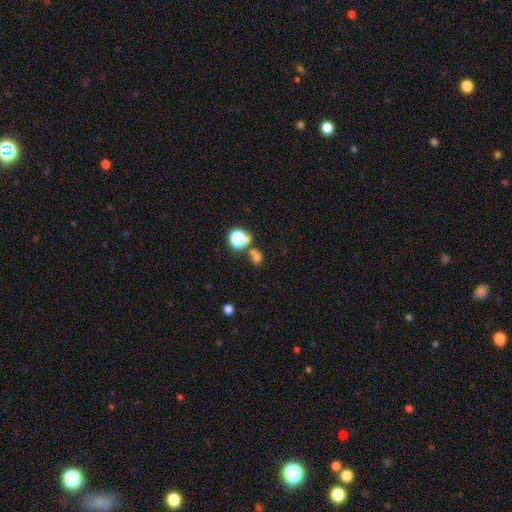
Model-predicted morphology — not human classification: Overall: smooth (61%; star or artifact 31%). How rounded: round (70%). Merging: none (55%; merger 29%).